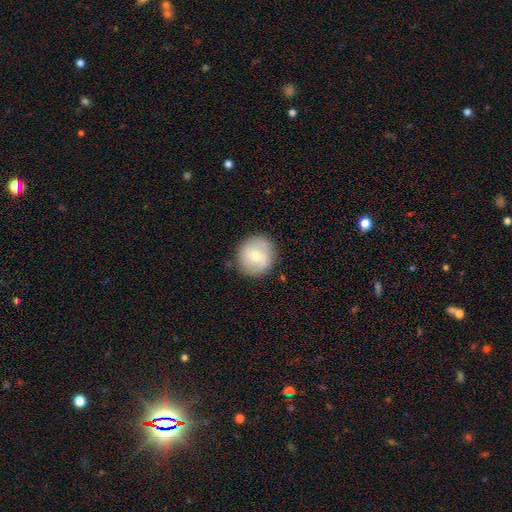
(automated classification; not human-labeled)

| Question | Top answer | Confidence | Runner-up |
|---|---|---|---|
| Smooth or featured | smooth | 50% | featured or disk (43%) |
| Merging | none | 87% | minor disturbance (9%) |